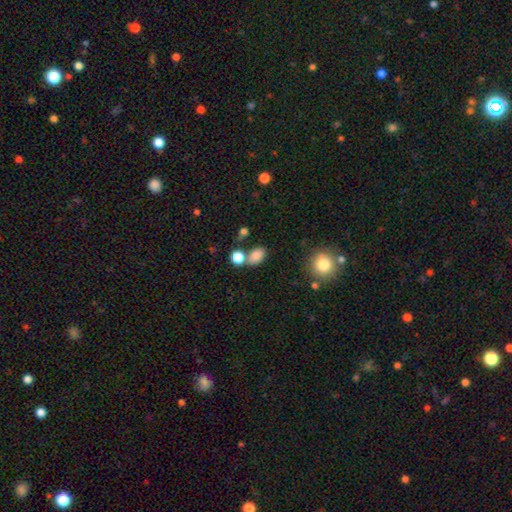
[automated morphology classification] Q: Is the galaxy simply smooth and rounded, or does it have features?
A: smooth — 81%.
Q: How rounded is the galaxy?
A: in between — 78%.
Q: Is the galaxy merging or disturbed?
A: none — 56%.